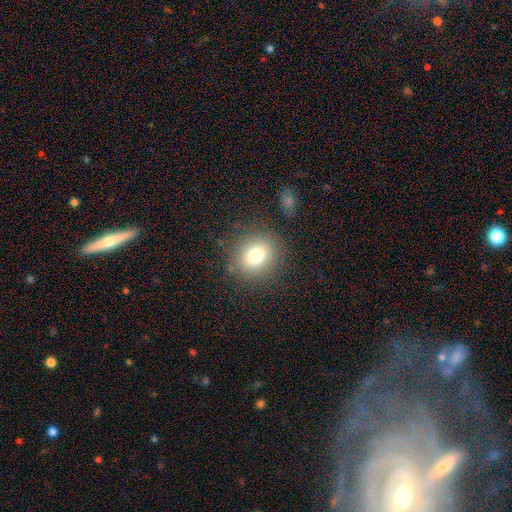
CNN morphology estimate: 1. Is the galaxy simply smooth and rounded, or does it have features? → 77% smooth, 12% star or artifact, 11% featured or disk.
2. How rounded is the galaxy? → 74% round, 25% in between, 1% cigar-shaped.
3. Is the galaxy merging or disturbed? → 84% none, 10% minor disturbance, 4% major disturbance, 2% merger.